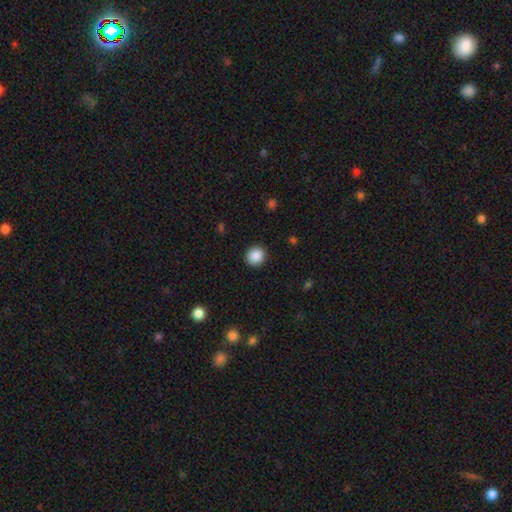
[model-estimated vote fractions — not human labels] smooth-or-featured: smooth: 88% | star or artifact: 9% | featured or disk: 3%
  how-rounded: round: 87% | in between: 13% | cigar-shaped: 1%
  merging: none: 91% | minor disturbance: 6% | major disturbance: 2% | merger: 1%